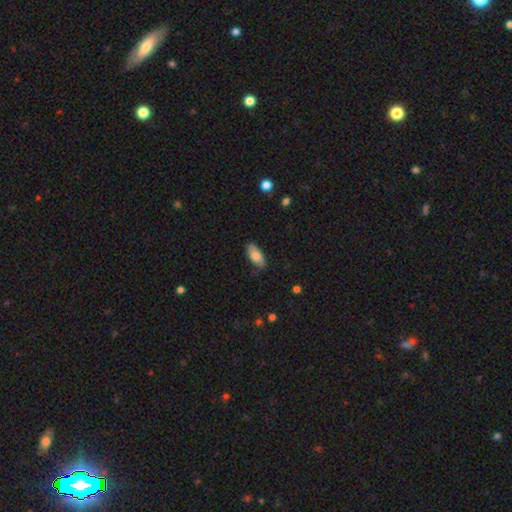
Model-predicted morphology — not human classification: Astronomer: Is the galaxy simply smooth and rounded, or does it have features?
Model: smooth — 75%.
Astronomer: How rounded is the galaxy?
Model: in between — 88%.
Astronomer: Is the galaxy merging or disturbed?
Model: none — 77%.